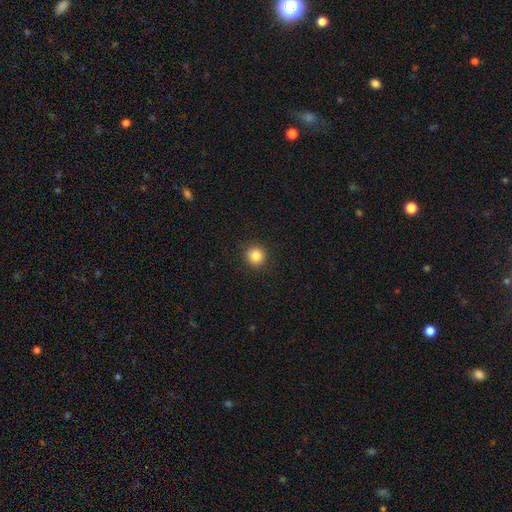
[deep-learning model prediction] Smooth or featured: smooth — 85% (star or artifact — 11%)
How rounded: round — 94% (in between — 5%)
Merging: none — 92% (minor disturbance — 5%)